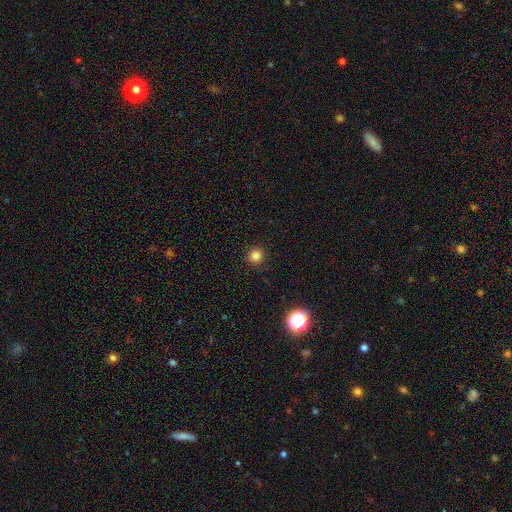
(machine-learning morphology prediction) Overall: smooth (82%). How rounded: round (95%). Merging: none (92%).